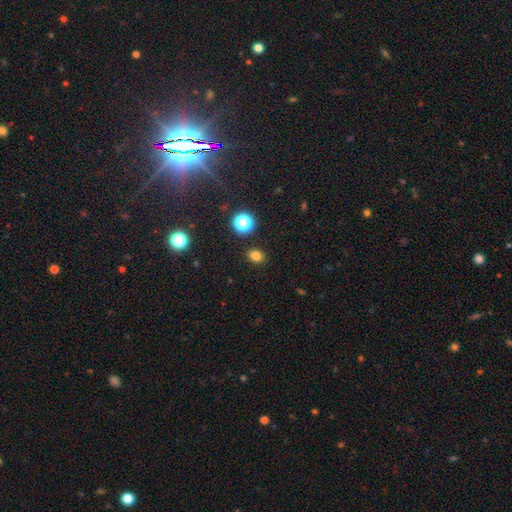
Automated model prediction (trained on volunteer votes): A smooth galaxy with no disk features (79%) that is round (58%).

Vote fractions:
- Smooth or featured? smooth: 79% / star or artifact: 16% / featured or disk: 5%
- How rounded? round: 58% / in between: 41% / cigar-shaped: 1%
- Merging? none: 89% / minor disturbance: 7% / major disturbance: 2% / merger: 2%